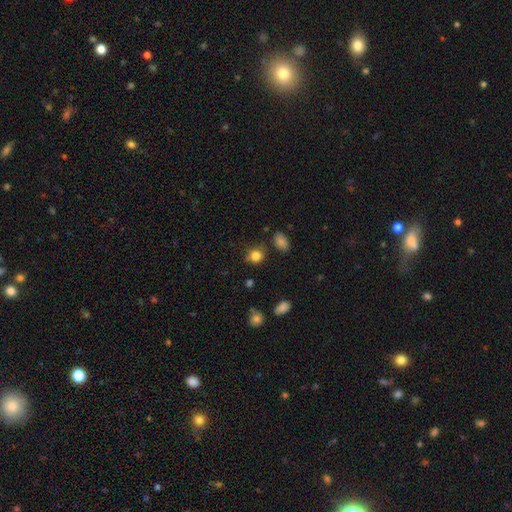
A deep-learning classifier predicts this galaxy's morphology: type=smooth (84%); roundness=round (77%); merging=none (73%).